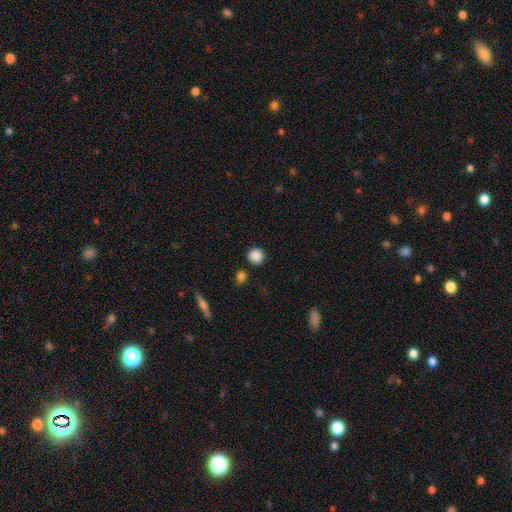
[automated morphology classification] type=smooth (87%); roundness=round (92%); merging=none (86%).